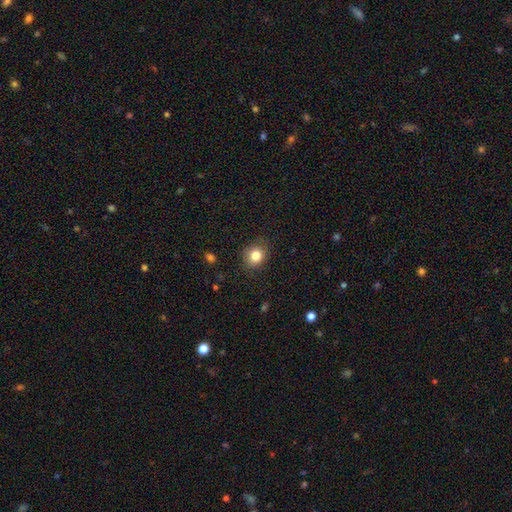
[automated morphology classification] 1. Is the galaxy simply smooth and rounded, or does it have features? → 82% smooth, 11% star or artifact, 7% featured or disk.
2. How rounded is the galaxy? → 71% round, 28% in between, 1% cigar-shaped.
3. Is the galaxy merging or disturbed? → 84% none, 12% minor disturbance, 3% major disturbance, 1% merger.